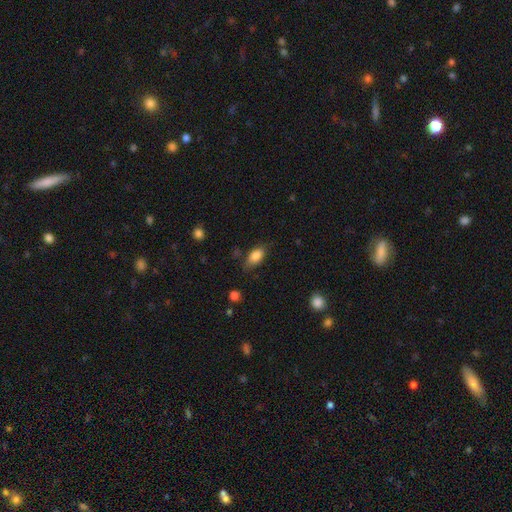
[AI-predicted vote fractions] This appears to be a smooth galaxy with no disk features (83%) that is in between round and cigar-shaped (87%). Merging: none (70%).